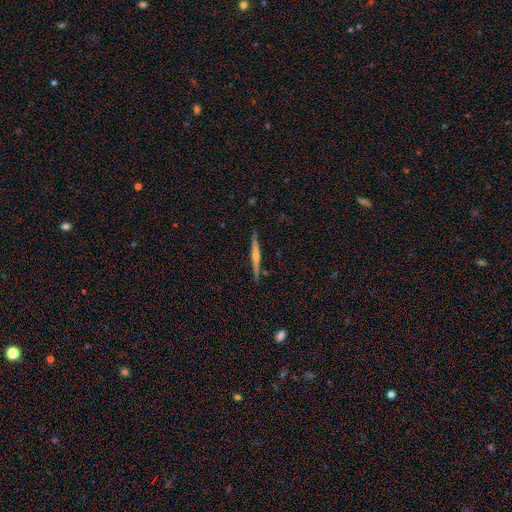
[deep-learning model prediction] featured or disk 73%, smooth 21%, star or artifact 6%. Down the decision tree: edge-on disk — yes (98%); edge-on bulge — rounded (77%); merging — none (91%).